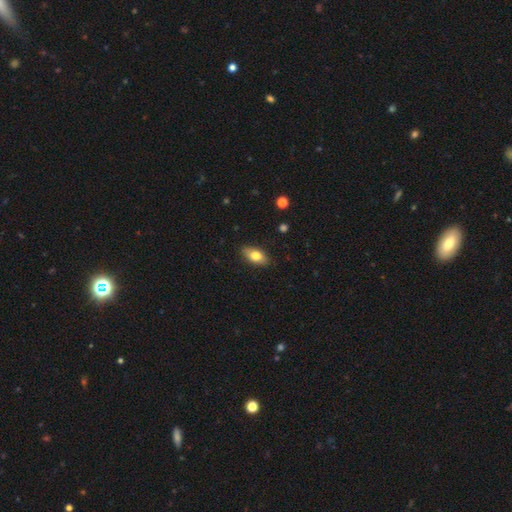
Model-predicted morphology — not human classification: Smooth or featured?
  - smooth: 76% *
  - featured or disk: 17%
  - star or artifact: 7%
How rounded?
  - in between: 89% *
  - cigar-shaped: 6%
  - round: 5%
Merging?
  - none: 87% *
  - minor disturbance: 10%
  - major disturbance: 2%
  - merger: 1%